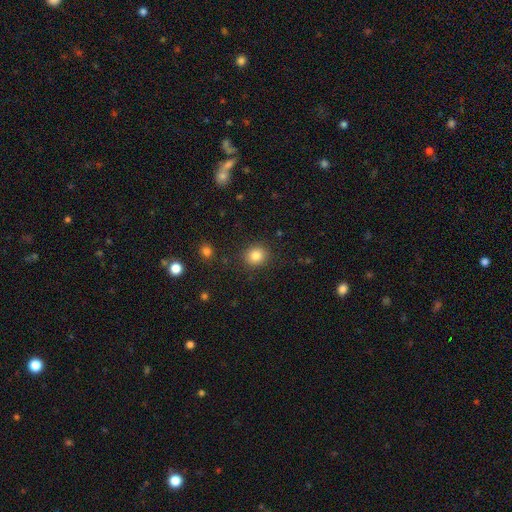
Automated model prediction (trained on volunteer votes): Morphology: type=smooth (83%); roundness=round (81%); merging=none (88%).